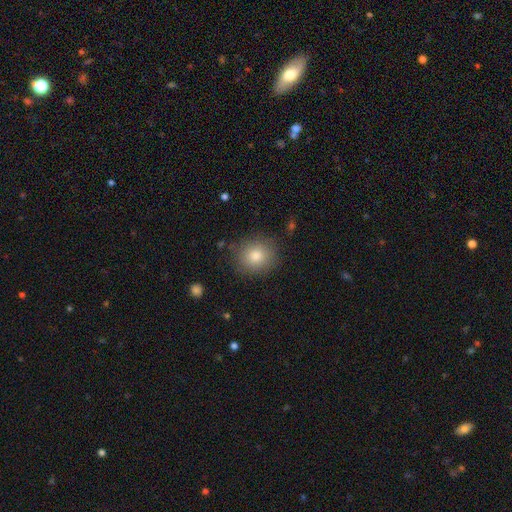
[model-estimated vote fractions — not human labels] Smooth or featured?
  - smooth: 81% *
  - star or artifact: 11%
  - featured or disk: 8%
How rounded?
  - round: 81% *
  - in between: 18%
  - cigar-shaped: 1%
Merging?
  - none: 86% *
  - minor disturbance: 10%
  - major disturbance: 3%
  - merger: 2%